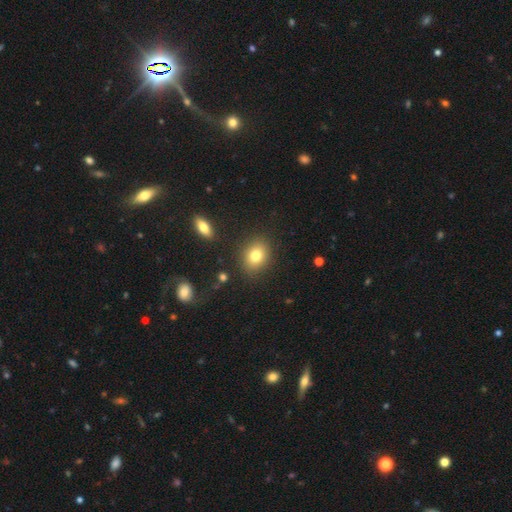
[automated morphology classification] smooth-or-featured: smooth: 80% | star or artifact: 10% | featured or disk: 10%
  how-rounded: in between: 56% | round: 43% | cigar-shaped: 1%
  merging: none: 86% | minor disturbance: 9% | major disturbance: 3% | merger: 2%